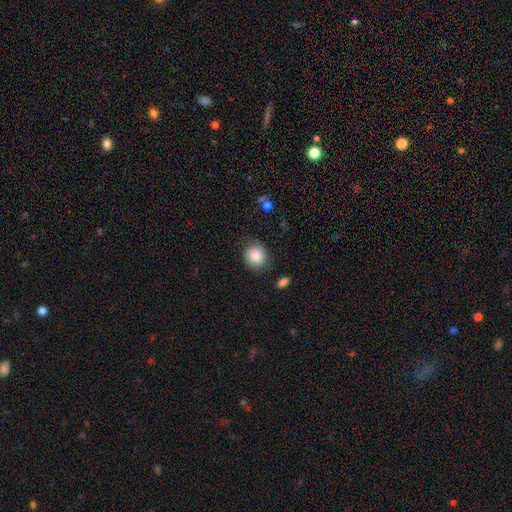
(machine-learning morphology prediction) Smooth or featured?
  - smooth: 83% *
  - featured or disk: 10%
  - star or artifact: 8%
How rounded?
  - round: 76% *
  - in between: 24%
  - cigar-shaped: 1%
Merging?
  - none: 69% *
  - minor disturbance: 22%
  - major disturbance: 7%
  - merger: 2%